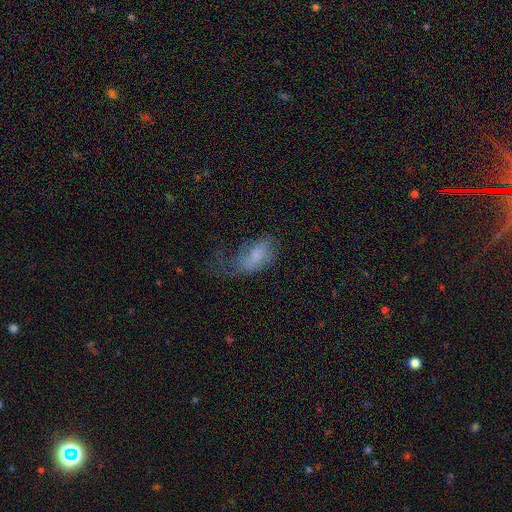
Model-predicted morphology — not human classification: A smooth galaxy with no disk features (59%) that is in between round and cigar-shaped (91%).

Vote fractions:
- Smooth or featured? smooth: 59% / featured or disk: 31% / star or artifact: 10%
- How rounded? in between: 91% / cigar-shaped: 5% / round: 4%
- Merging? major disturbance: 49% / minor disturbance: 25% / none: 24% / merger: 3%